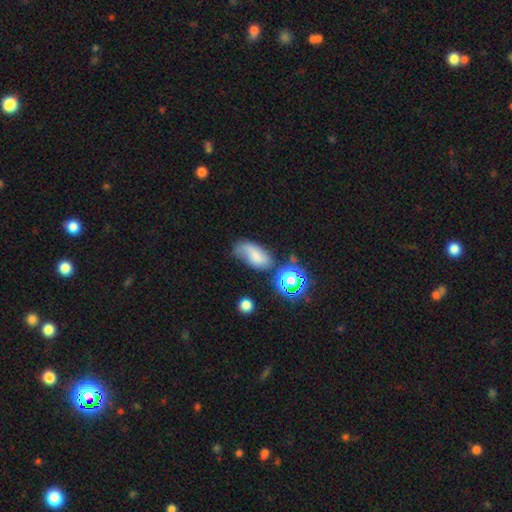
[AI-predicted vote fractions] This appears to be a smooth galaxy with no disk features (59%) that is in between round and cigar-shaped (86%). Merging: none (43%).